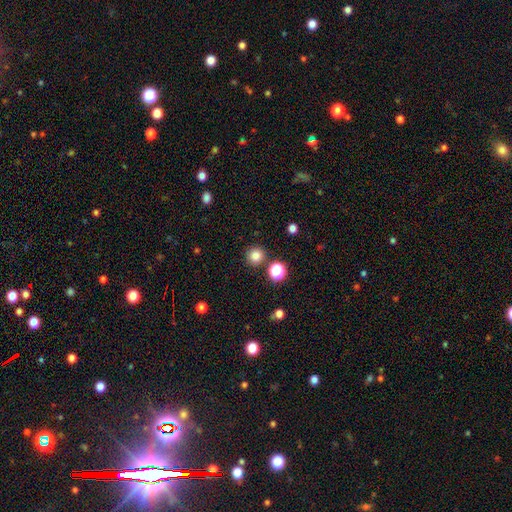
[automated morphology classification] Smooth or featured: smooth — 81% (star or artifact — 14%)
How rounded: round — 94% (in between — 5%)
Merging: none — 87% (minor disturbance — 6%)